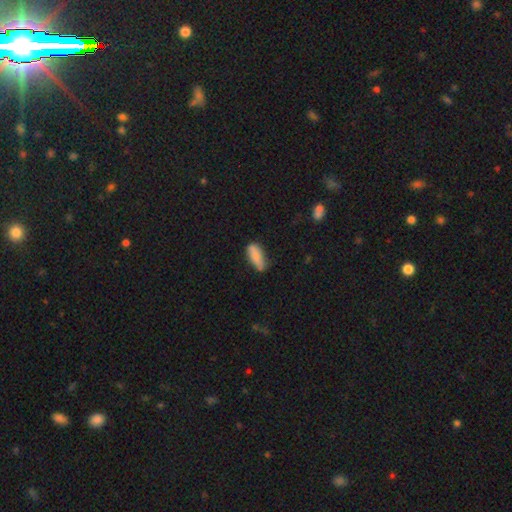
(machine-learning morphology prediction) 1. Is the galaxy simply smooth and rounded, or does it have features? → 78% smooth, 15% featured or disk, 7% star or artifact.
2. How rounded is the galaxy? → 72% in between, 26% cigar-shaped, 3% round.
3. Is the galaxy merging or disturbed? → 63% none, 28% minor disturbance, 6% major disturbance, 3% merger.